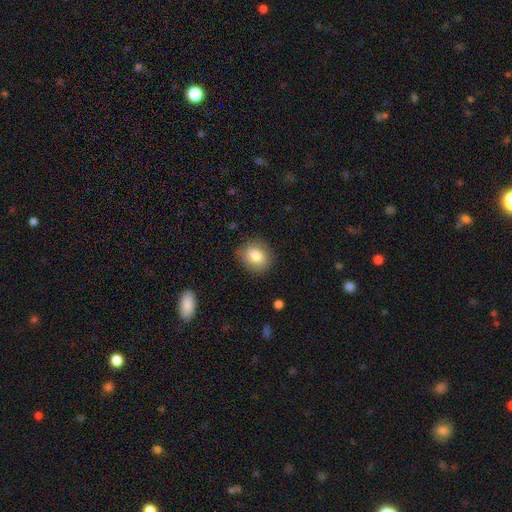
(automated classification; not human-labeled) A smooth galaxy with no disk features (82%) that is round (65%). Merging: none (83%).